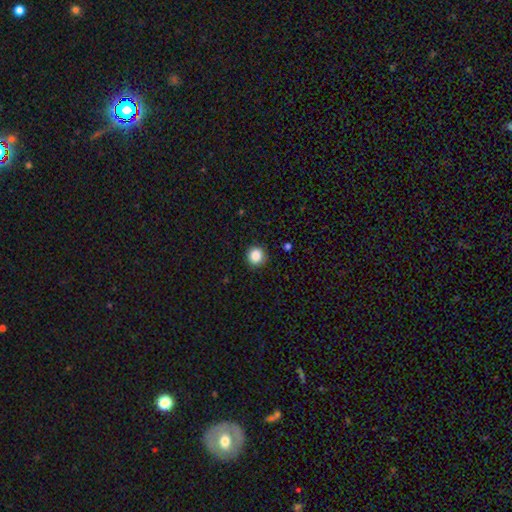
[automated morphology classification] This appears to be a smooth galaxy with no disk features (87%) that is round (93%). Merging: none (89%).